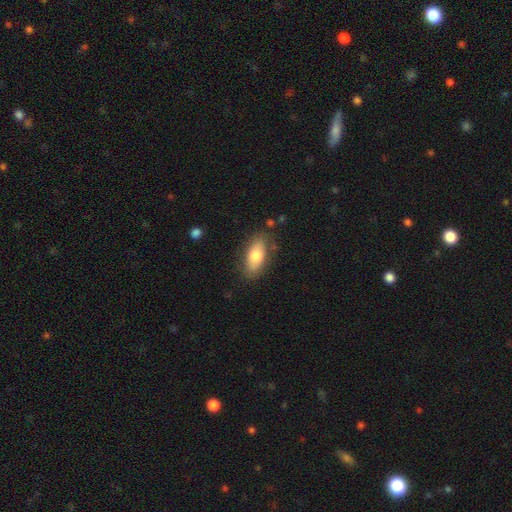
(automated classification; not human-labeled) A smooth galaxy with no disk features (72%) that is in between round and cigar-shaped (87%). Merging: none (79%).